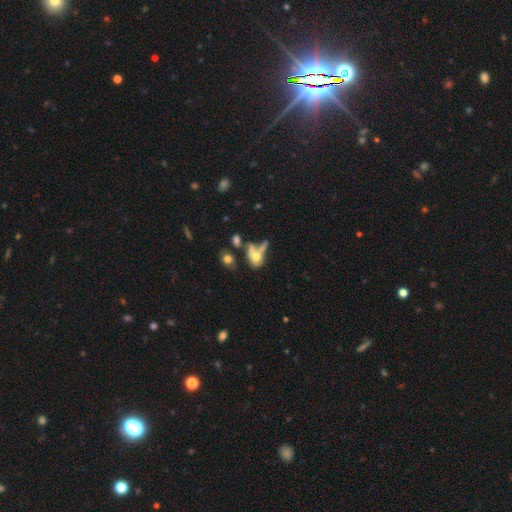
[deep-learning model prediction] Overall: smooth (55%; featured or disk 33%). How rounded: in between (68%). Merging: merger (46%; none 21%).